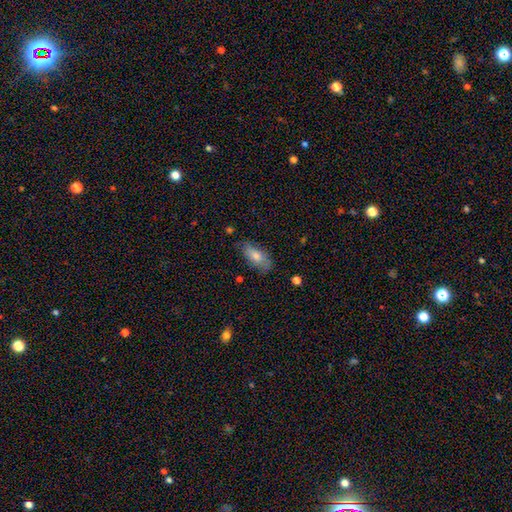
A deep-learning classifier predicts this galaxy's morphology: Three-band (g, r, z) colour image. It shows a smooth galaxy with no disk features (67%) that is in between round and cigar-shaped (83%). Merging: none (73%).